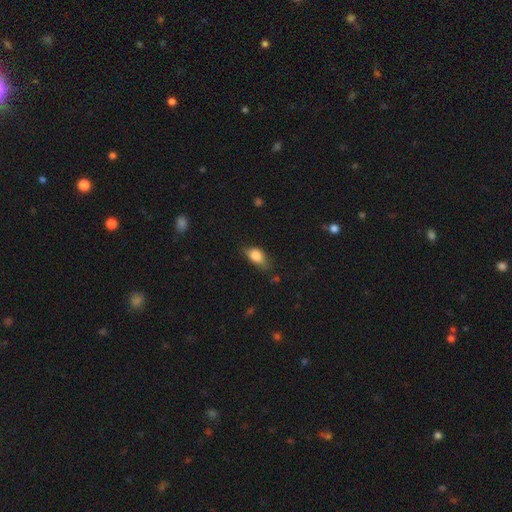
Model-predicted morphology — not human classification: type=smooth (82%); roundness=in between (85%); merging=none (50%).